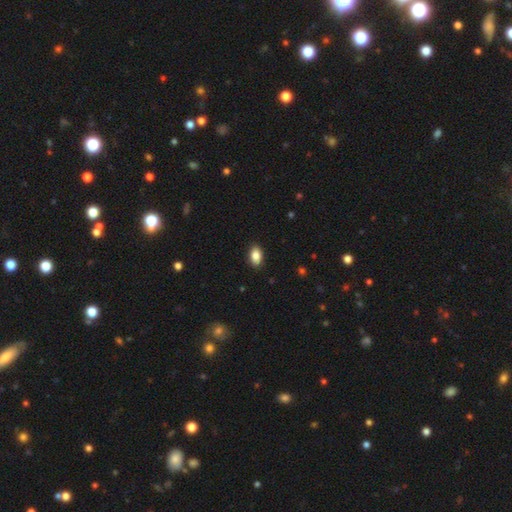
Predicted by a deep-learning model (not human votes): Q: Smooth or featured?
A: smooth (86%); runner-up: star or artifact (7%)
Q: How rounded?
A: in between (91%); runner-up: round (6%)
Q: Merging?
A: none (89%); runner-up: minor disturbance (8%)